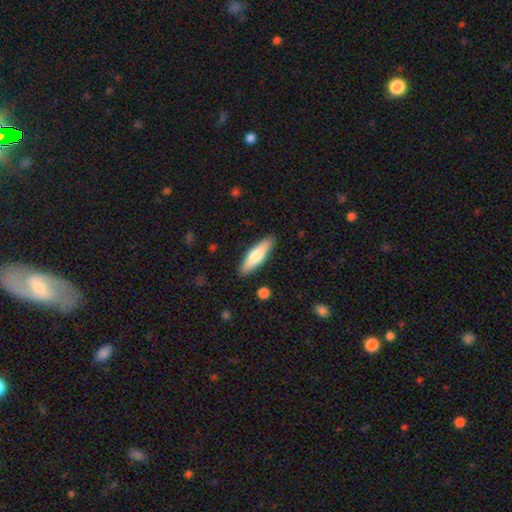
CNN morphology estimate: Smooth or featured: smooth — 66% (featured or disk — 28%)
How rounded: cigar-shaped — 58% (in between — 41%)
Merging: none — 88% (minor disturbance — 9%)